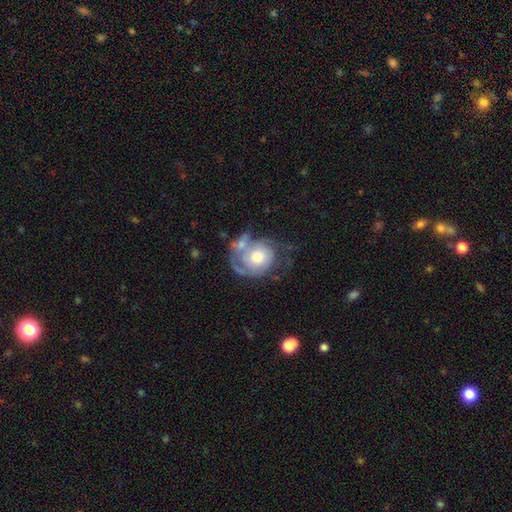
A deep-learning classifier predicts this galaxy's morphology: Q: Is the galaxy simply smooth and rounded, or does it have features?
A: featured or disk — 69%.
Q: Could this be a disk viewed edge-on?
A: no — 97%.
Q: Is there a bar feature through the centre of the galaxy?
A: no — 82%.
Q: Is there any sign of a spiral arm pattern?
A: yes — 82%.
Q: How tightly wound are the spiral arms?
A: tight — 59%.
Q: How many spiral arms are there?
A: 2 — 35%.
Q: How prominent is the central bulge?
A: moderate — 64%.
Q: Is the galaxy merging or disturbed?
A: none — 40%.